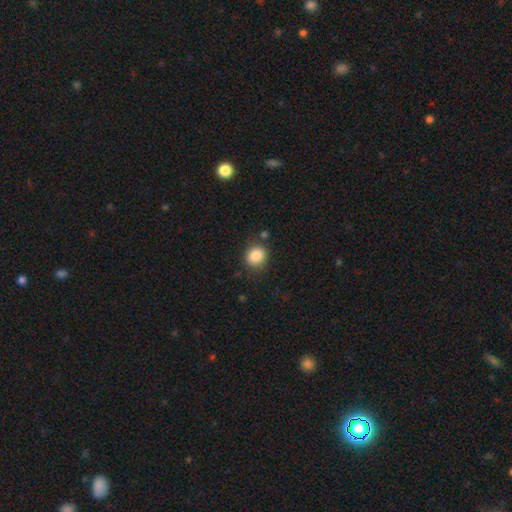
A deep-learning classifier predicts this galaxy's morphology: Smooth or featured?
  - smooth: 86% *
  - star or artifact: 10%
  - featured or disk: 5%
How rounded?
  - round: 68% *
  - in between: 31%
  - cigar-shaped: 1%
Merging?
  - none: 80% *
  - minor disturbance: 13%
  - major disturbance: 4%
  - merger: 4%